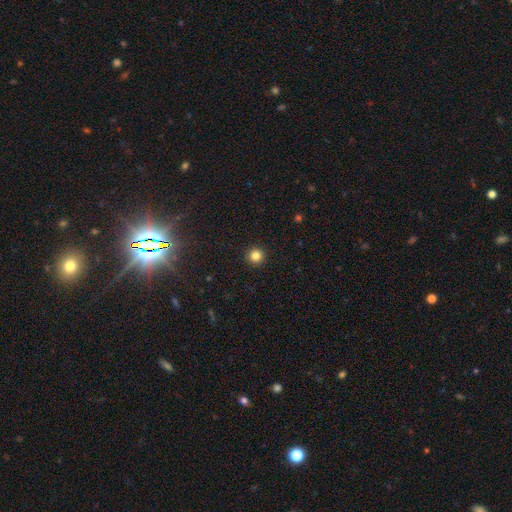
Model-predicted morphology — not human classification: smooth-or-featured: smooth: 83% | star or artifact: 12% | featured or disk: 5%
  how-rounded: round: 96% | in between: 3% | cigar-shaped: 1%
  merging: none: 94% | minor disturbance: 4% | major disturbance: 2% | merger: 1%